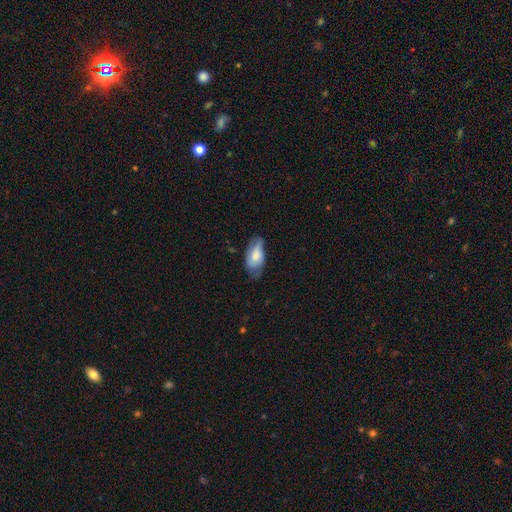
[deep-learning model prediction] smooth_or_featured: smooth (p=0.66) [alt: featured or disk p=0.27]
how_rounded: in between (p=0.92) [alt: cigar-shaped p=0.05]
merging: none (p=0.47) [alt: minor disturbance p=0.38]